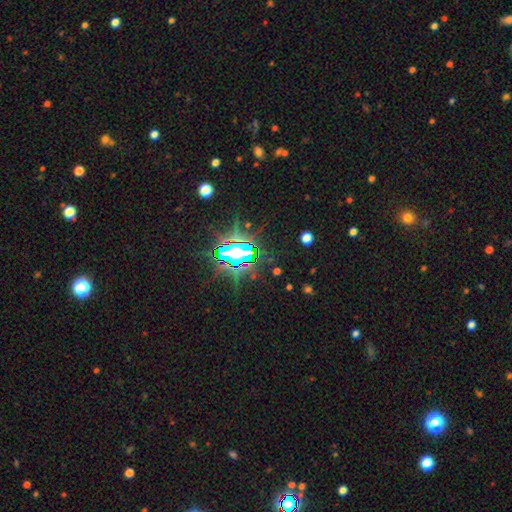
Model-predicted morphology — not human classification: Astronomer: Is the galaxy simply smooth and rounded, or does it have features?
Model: star or artifact — 84%.